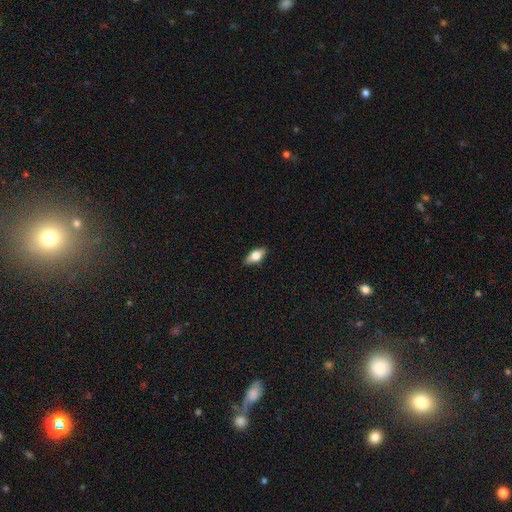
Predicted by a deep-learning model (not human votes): The model was most divided on "smooth or featured": smooth: 66%, featured or disk: 27%, star or artifact: 7%. More confident: merging — none (87%); how rounded — in between (83%).